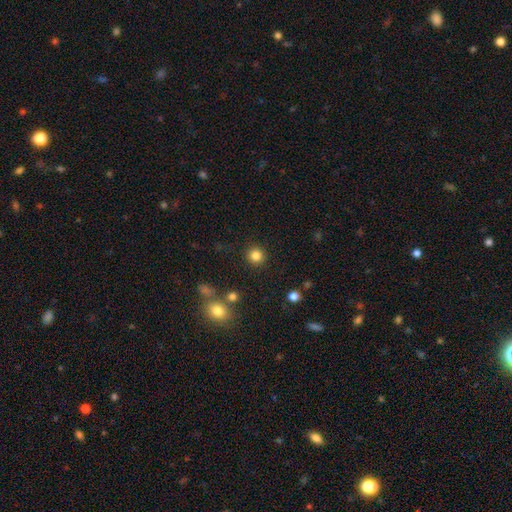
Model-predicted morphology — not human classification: smooth 84%, star or artifact 12%, featured or disk 5%. Down the decision tree: how rounded — round (94%); merging — none (90%).